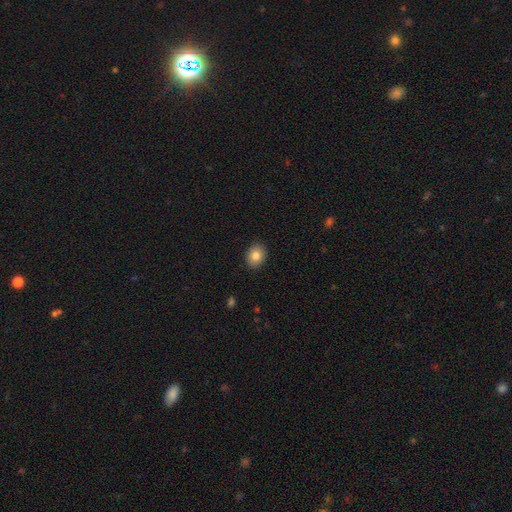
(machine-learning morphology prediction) Overall: smooth (82%). How rounded: in between (53%; round 46%). Merging: none (90%).